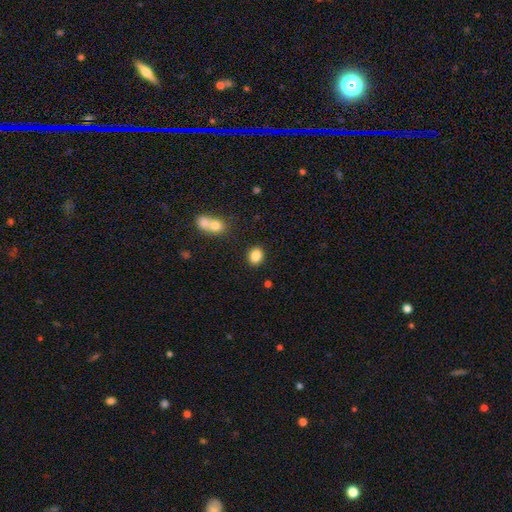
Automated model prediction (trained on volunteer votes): Morphology: type=smooth (86%); roundness=round (50%); merging=none (85%).